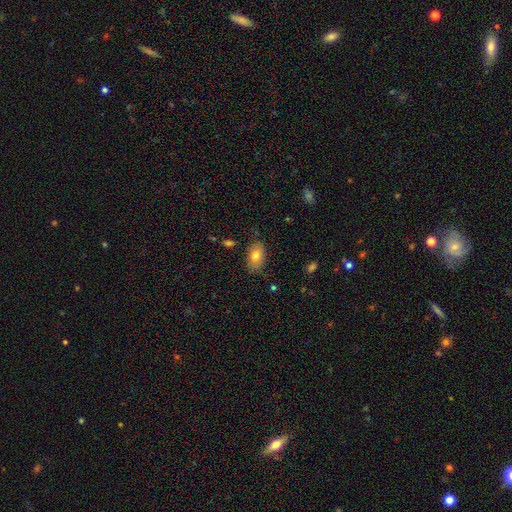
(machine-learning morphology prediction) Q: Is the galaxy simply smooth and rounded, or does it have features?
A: smooth — 81%.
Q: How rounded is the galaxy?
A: in between — 92%.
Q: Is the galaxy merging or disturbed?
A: none — 80%.